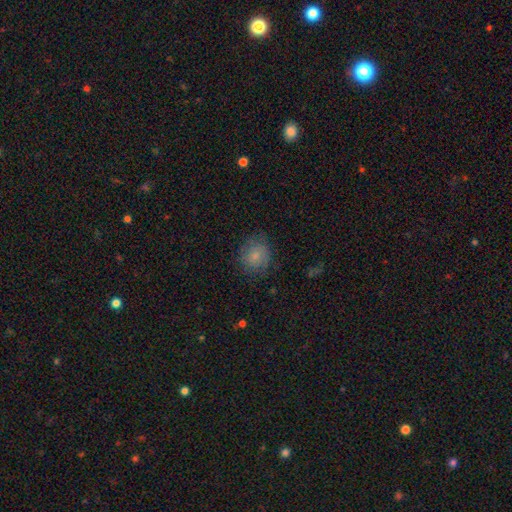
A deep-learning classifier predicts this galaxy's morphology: smooth 78%, featured or disk 12%, star or artifact 9%. Down the decision tree: how rounded — round (80%); merging — none (74%).